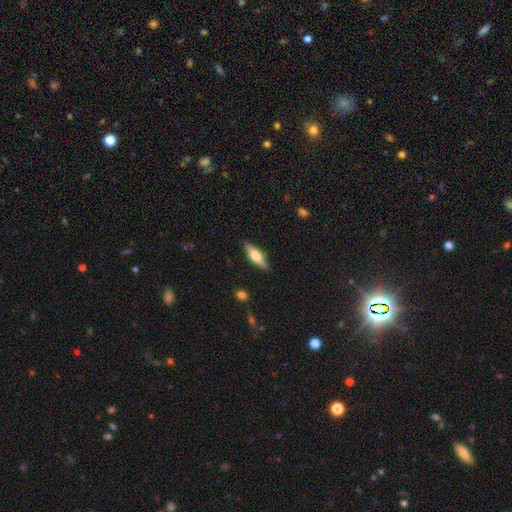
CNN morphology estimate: A featured or disk galaxy (53%) viewed edge-on (94%).

Vote fractions:
- Smooth or featured? featured or disk: 53% / smooth: 41% / star or artifact: 6%
- Edge-on disk? yes: 94% / no: 6%
- Merging? none: 88% / minor disturbance: 9% / major disturbance: 2% / merger: 1%